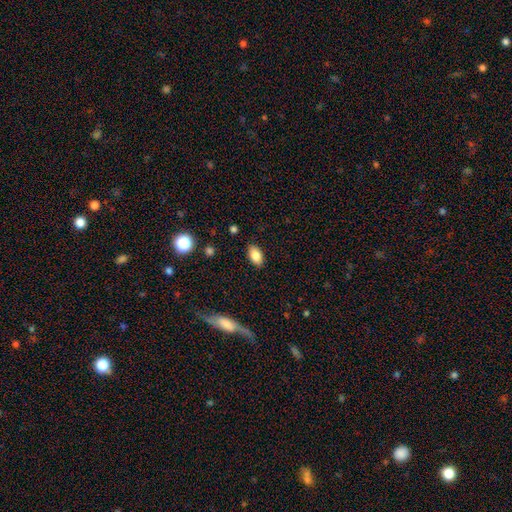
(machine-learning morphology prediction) Smooth or featured: smooth — 84% (star or artifact — 8%)
How rounded: in between — 91% (round — 6%)
Merging: none — 87% (minor disturbance — 10%)